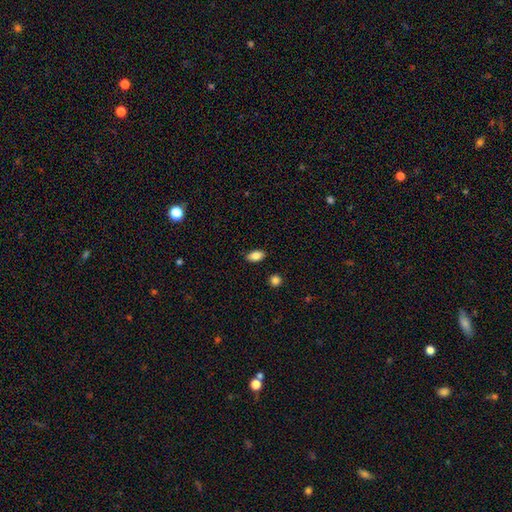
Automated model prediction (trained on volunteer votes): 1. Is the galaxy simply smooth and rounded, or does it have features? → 85% smooth, 8% star or artifact, 7% featured or disk.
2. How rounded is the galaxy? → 90% in between, 6% round, 4% cigar-shaped.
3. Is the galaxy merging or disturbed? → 87% none, 10% minor disturbance, 2% major disturbance, 2% merger.